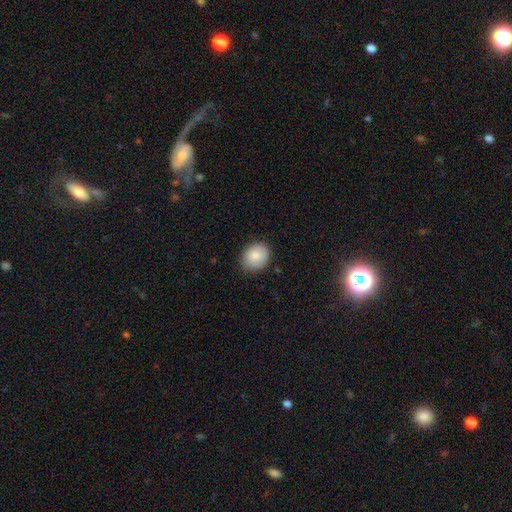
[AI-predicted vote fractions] Morphology: type=smooth (86%); roundness=round (59%); merging=none (83%).